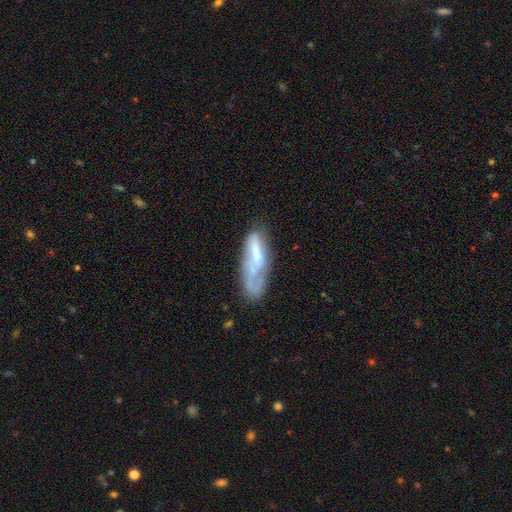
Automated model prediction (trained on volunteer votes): Overall: smooth (47%; featured or disk 45%). Merging: none (39%; minor disturbance 27%).